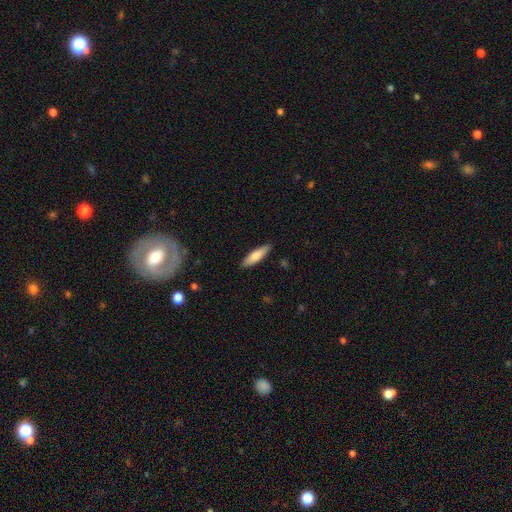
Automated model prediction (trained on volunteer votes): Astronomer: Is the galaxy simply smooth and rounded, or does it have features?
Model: smooth — 75%.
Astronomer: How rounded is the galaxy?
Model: cigar-shaped — 62%.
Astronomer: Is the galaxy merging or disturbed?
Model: none — 89%.